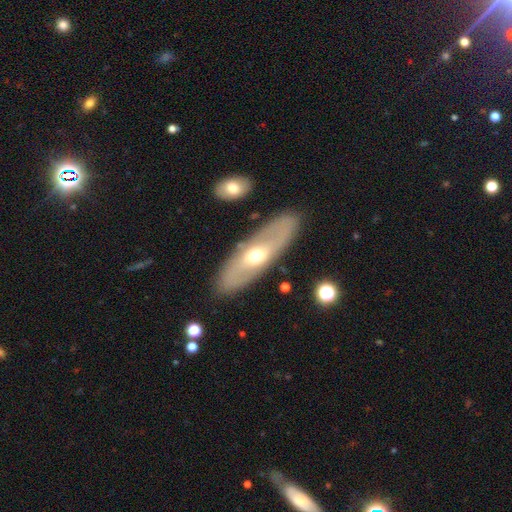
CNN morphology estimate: Smooth or featured: featured or disk — 58% (smooth — 36%)
Edge-on disk: no — 76% (yes — 24%)
Merging: none — 83% (minor disturbance — 11%)